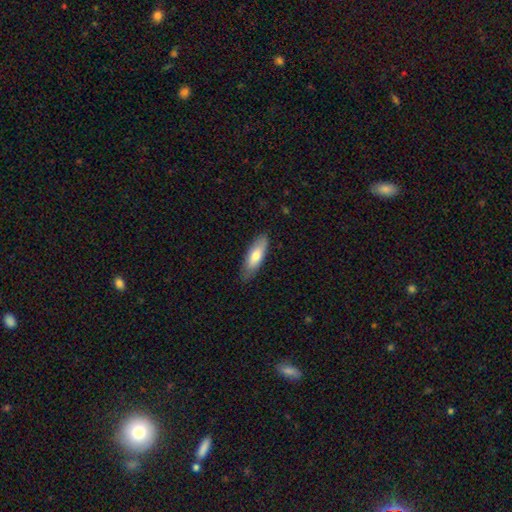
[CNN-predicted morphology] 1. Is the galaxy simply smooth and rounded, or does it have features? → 71% smooth, 23% featured or disk, 6% star or artifact.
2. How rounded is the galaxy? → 59% in between, 39% cigar-shaped, 2% round.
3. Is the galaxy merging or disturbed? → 81% none, 15% minor disturbance, 3% major disturbance, 1% merger.